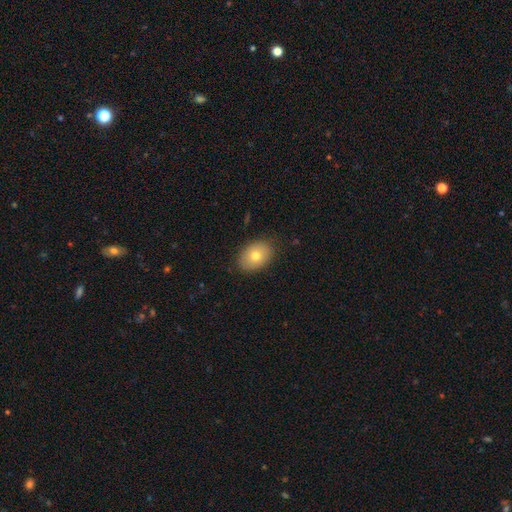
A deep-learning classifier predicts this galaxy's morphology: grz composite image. It shows a smooth galaxy with no disk features (75%) that is in between round and cigar-shaped (77%). Merging: none (85%).